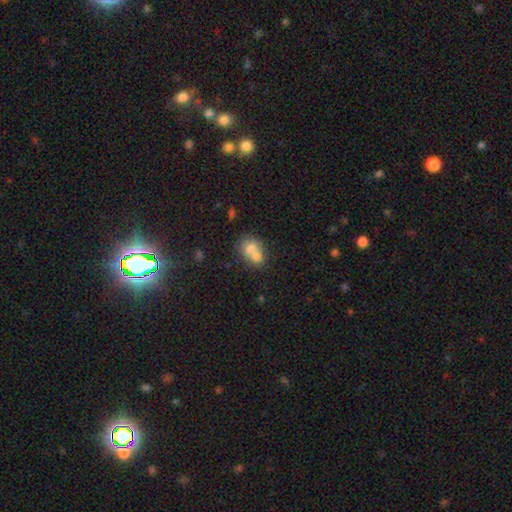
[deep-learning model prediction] Q: Smooth or featured?
A: smooth (70%); runner-up: featured or disk (21%)
Q: How rounded?
A: round (63%); runner-up: in between (36%)
Q: Merging?
A: merger (66%); runner-up: none (25%)